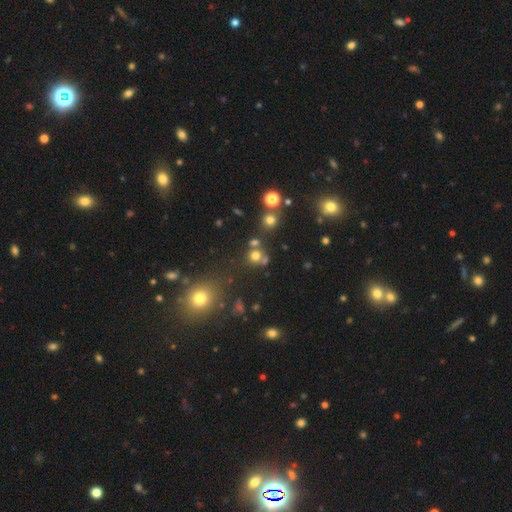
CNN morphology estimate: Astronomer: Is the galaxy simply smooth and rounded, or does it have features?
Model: smooth — 68%.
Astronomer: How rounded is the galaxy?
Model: round — 87%.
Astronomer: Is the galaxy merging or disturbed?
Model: none — 63%.